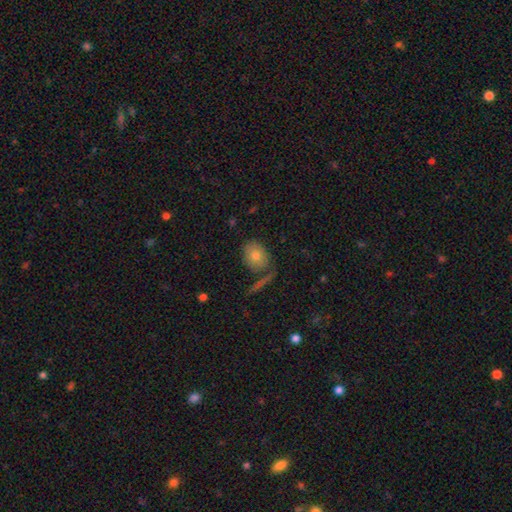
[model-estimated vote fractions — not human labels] Overall: smooth (72%). How rounded: in between (55%; round 43%). Merging: none (71%).